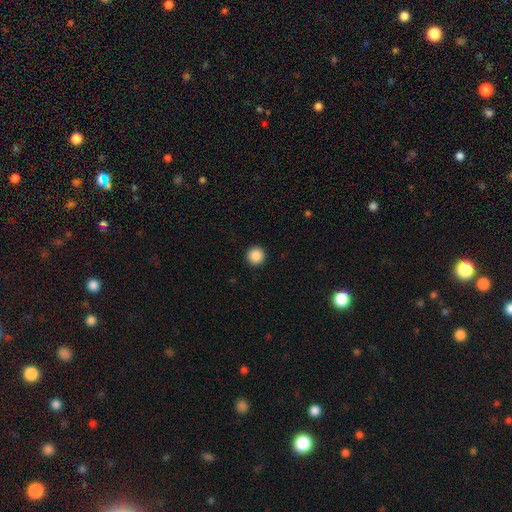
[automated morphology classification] smooth-or-featured: smooth: 88% | star or artifact: 9% | featured or disk: 3%
  how-rounded: round: 96% | in between: 3% | cigar-shaped: 1%
  merging: none: 94% | minor disturbance: 4% | major disturbance: 2% | merger: 1%